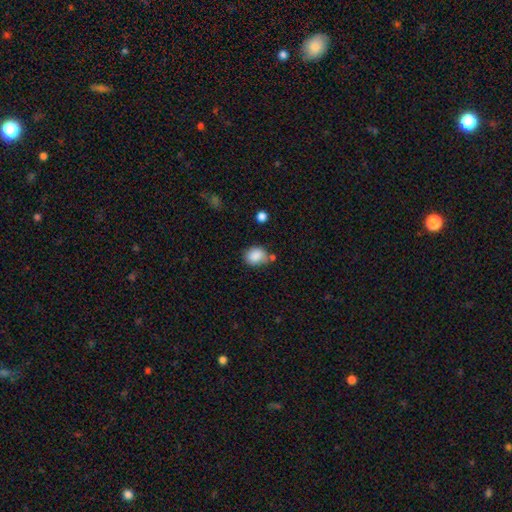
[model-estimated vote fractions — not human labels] smooth-or-featured: smooth: 86% | star or artifact: 9% | featured or disk: 5%
  how-rounded: round: 52% | in between: 47% | cigar-shaped: 1%
  merging: none: 61% | minor disturbance: 22% | merger: 12% | major disturbance: 5%